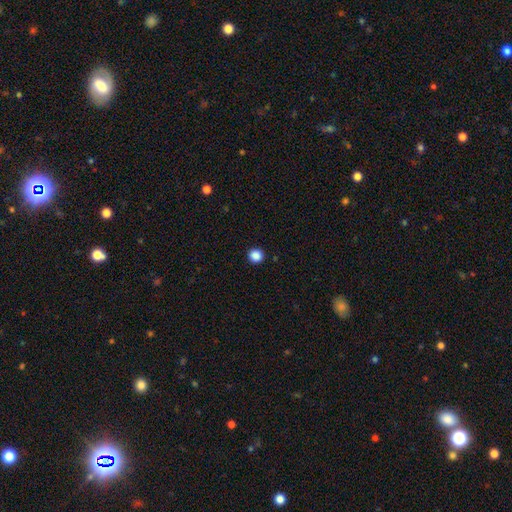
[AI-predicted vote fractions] Q: Smooth or featured?
A: smooth (88%); runner-up: star or artifact (10%)
Q: How rounded?
A: round (92%); runner-up: in between (7%)
Q: Merging?
A: none (93%); runner-up: minor disturbance (4%)